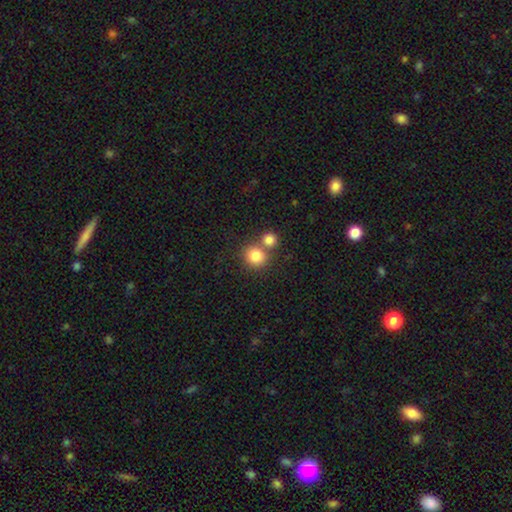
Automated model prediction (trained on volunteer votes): smooth 82%, star or artifact 11%, featured or disk 8%. Down the decision tree: how rounded — round (88%); merging — none (56%).